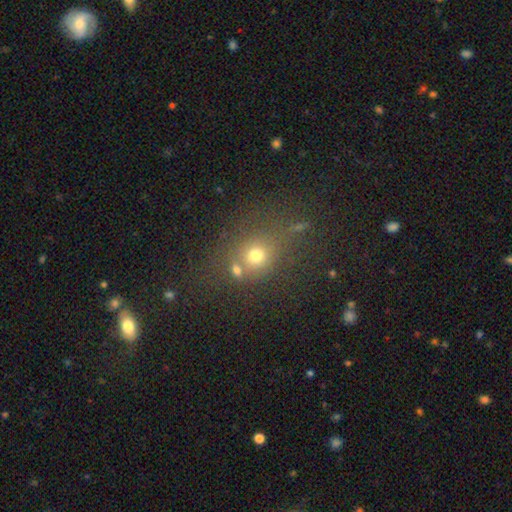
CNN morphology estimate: Overall: smooth (66%). How rounded: round (73%). Merging: none (60%; merger 21%).